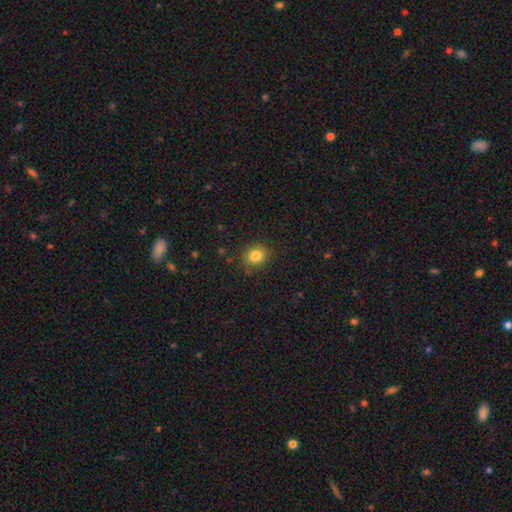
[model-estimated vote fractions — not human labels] Smooth or featured? smooth (82%)
How rounded? round (67%)
Merging? none (87%)